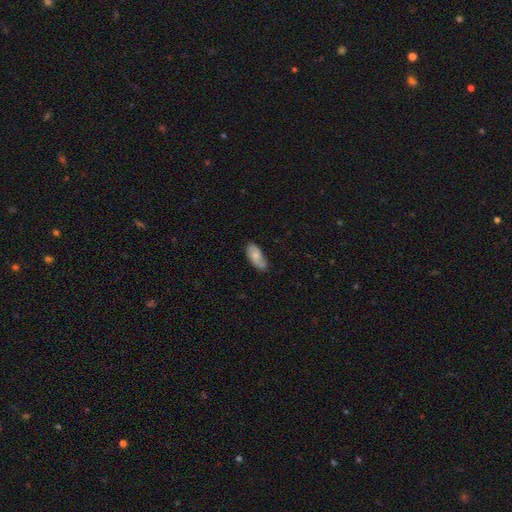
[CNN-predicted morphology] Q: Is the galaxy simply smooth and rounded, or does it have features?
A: smooth — 60%.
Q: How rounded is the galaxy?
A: in between — 87%.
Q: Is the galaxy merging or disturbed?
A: none — 69%.